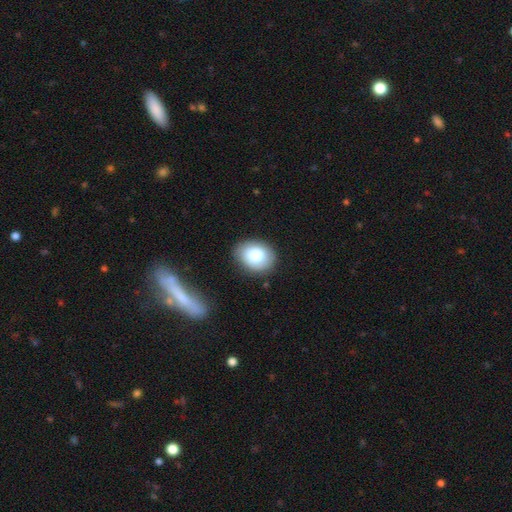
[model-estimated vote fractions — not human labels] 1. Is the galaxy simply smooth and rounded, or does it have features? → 80% smooth, 12% featured or disk, 8% star or artifact.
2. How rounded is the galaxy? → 60% in between, 39% round, 1% cigar-shaped.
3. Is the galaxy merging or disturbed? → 85% none, 11% minor disturbance, 3% major disturbance, 2% merger.